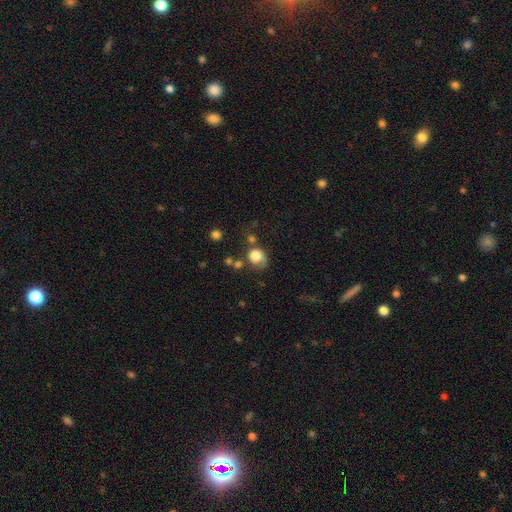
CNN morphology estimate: Overall: smooth (79%). How rounded: round (71%). Merging: none (46%; minor disturbance 26%).